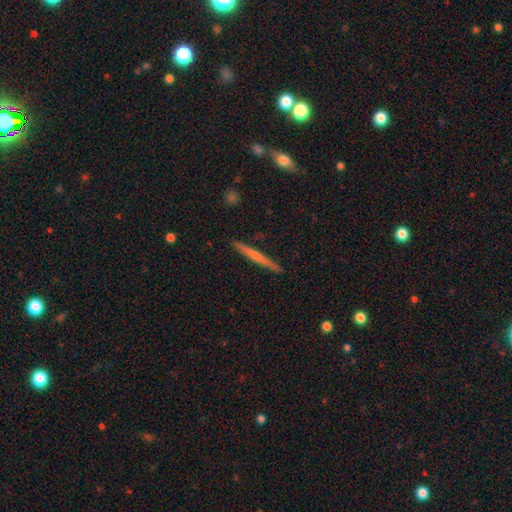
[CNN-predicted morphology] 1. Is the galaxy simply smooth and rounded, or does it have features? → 54% featured or disk, 40% smooth, 6% star or artifact.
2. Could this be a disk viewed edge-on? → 98% yes, 2% no.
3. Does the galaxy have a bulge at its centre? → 46% none, 45% rounded, 9% boxy.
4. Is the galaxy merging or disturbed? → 91% none, 6% minor disturbance, 1% major disturbance, 1% merger.